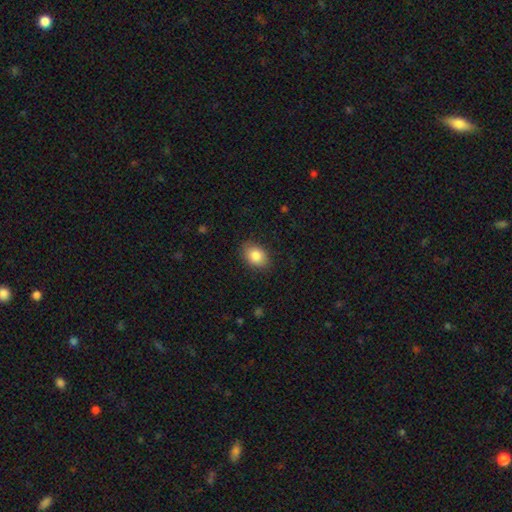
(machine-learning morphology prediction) Smooth or featured: smooth — 84% (featured or disk — 8%)
How rounded: in between — 75% (round — 24%)
Merging: none — 85% (minor disturbance — 11%)